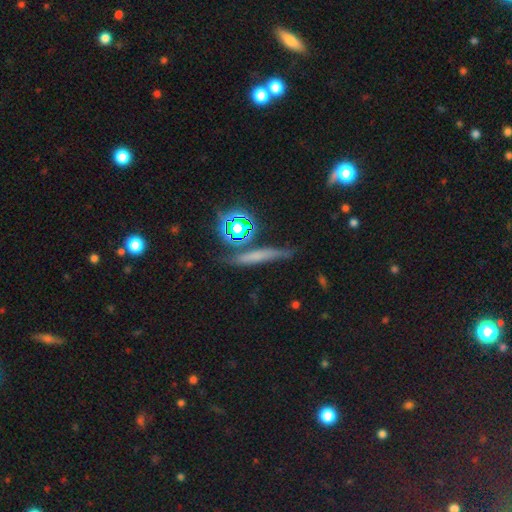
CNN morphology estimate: A smooth galaxy with no disk features (48%). Merging: none (76%).